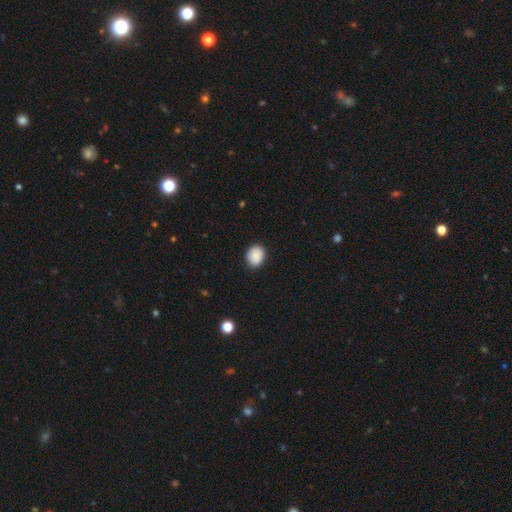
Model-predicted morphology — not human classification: Smooth or featured? Predicted: smooth (p=0.89). How rounded? Predicted: round (p=0.55). Merging? Predicted: none (p=0.87).